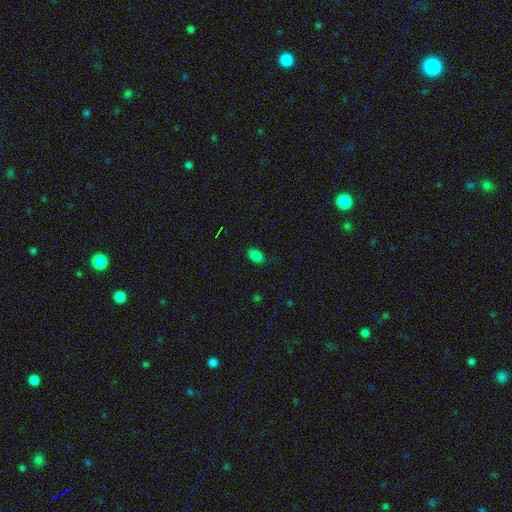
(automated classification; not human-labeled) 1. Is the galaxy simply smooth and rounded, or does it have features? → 82% smooth, 14% star or artifact, 4% featured or disk.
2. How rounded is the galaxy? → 89% in between, 9% round, 2% cigar-shaped.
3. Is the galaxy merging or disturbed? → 81% none, 14% minor disturbance, 3% major disturbance, 1% merger.